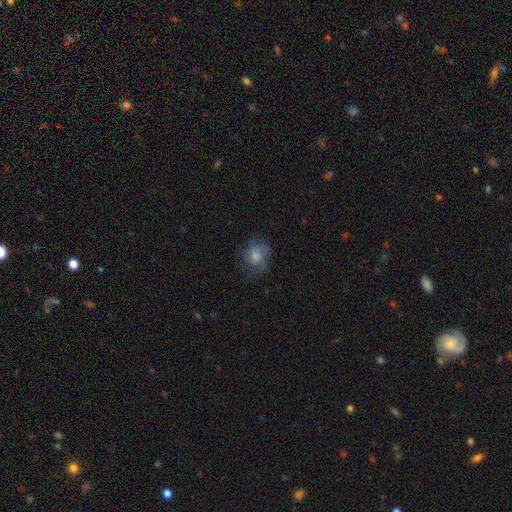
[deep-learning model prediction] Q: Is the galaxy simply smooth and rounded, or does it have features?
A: featured or disk — 44%.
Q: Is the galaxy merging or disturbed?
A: none — 65%.